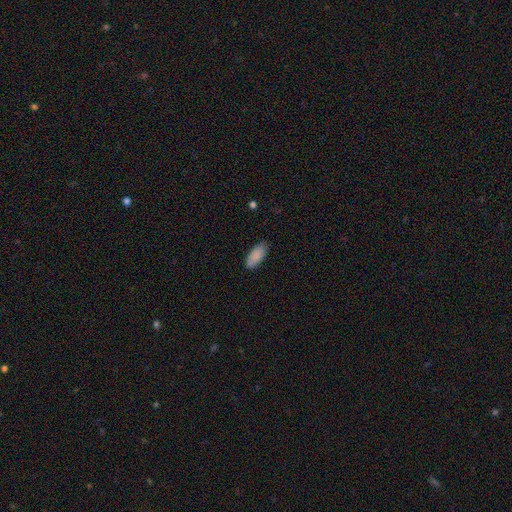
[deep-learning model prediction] smooth_or_featured: smooth (p=0.88) [alt: star or artifact p=0.06]
how_rounded: in between (p=0.88) [alt: cigar-shaped p=0.11]
merging: none (p=0.81) [alt: minor disturbance p=0.16]